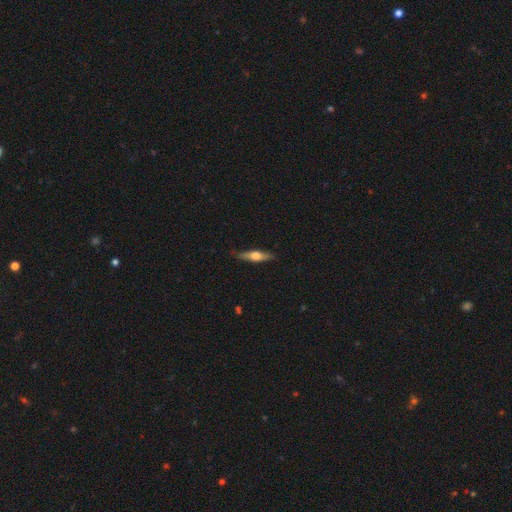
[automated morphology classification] smooth-or-featured: featured or disk: 50% | smooth: 45% | star or artifact: 6%
  merging: none: 84% | minor disturbance: 13% | major disturbance: 2% | merger: 1%